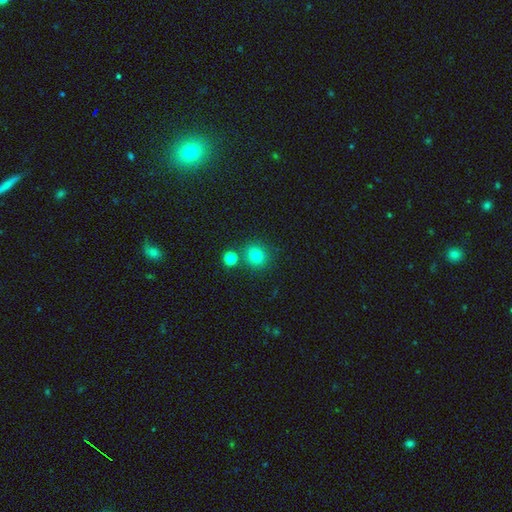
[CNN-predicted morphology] This appears to be a smooth galaxy with no disk features (78%) that is round (91%). Merging: none (81%).